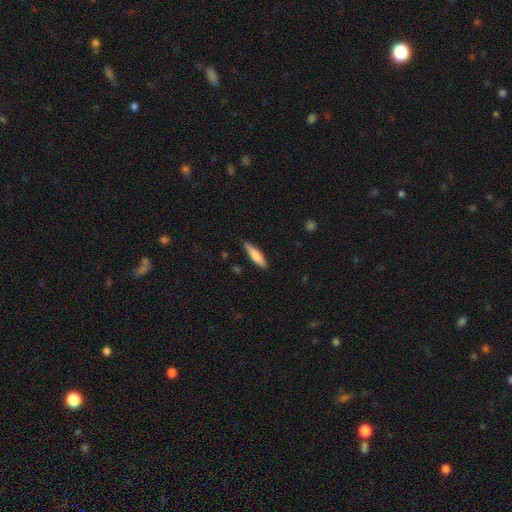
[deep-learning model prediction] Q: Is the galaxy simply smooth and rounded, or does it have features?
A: smooth — 75%.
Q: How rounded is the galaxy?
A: cigar-shaped — 77%.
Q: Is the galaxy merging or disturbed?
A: none — 84%.